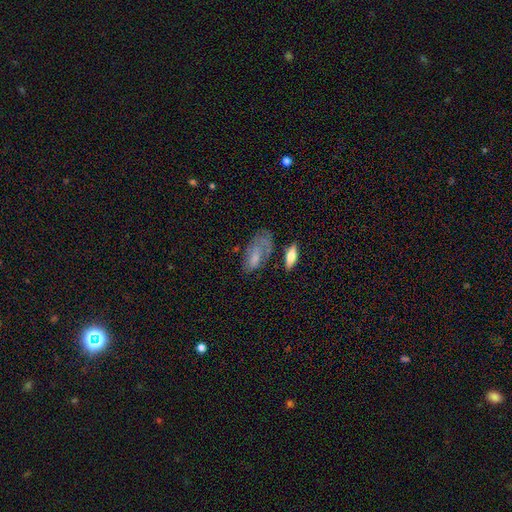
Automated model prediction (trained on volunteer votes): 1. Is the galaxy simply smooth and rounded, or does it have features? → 55% smooth, 35% featured or disk, 10% star or artifact.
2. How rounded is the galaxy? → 84% in between, 12% cigar-shaped, 4% round.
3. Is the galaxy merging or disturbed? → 43% none, 27% minor disturbance, 21% major disturbance, 9% merger.